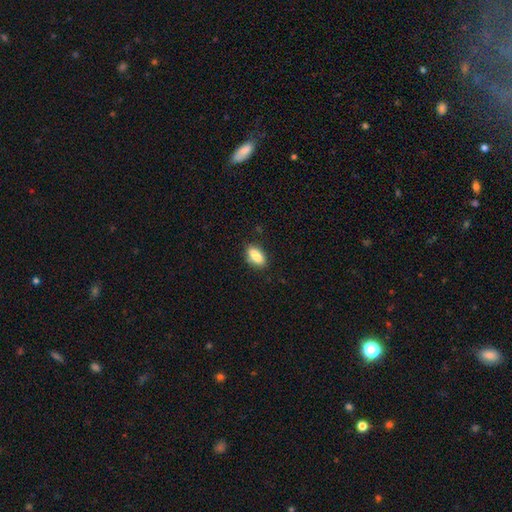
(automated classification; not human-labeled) Morphology: type=smooth (85%); roundness=in between (87%); merging=none (85%).